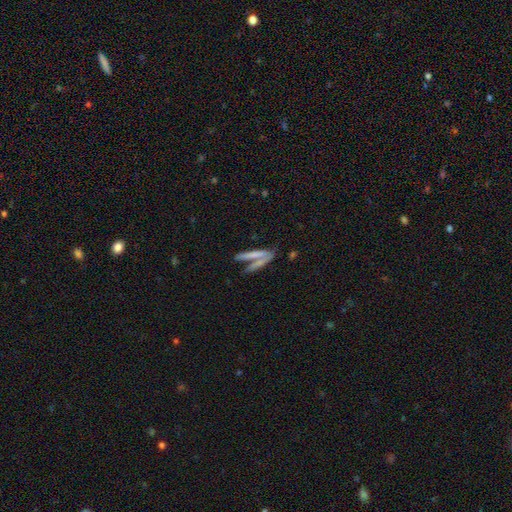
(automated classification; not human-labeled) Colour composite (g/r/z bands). It shows a smooth galaxy with no disk features (60%) that is cigar-shaped (84%). Merging: merger (44%).